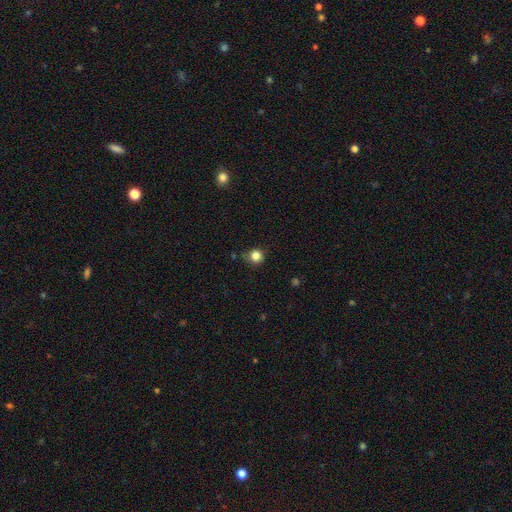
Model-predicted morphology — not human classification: This appears to be a smooth galaxy with no disk features (83%) that is round (90%). Merging: none (72%).